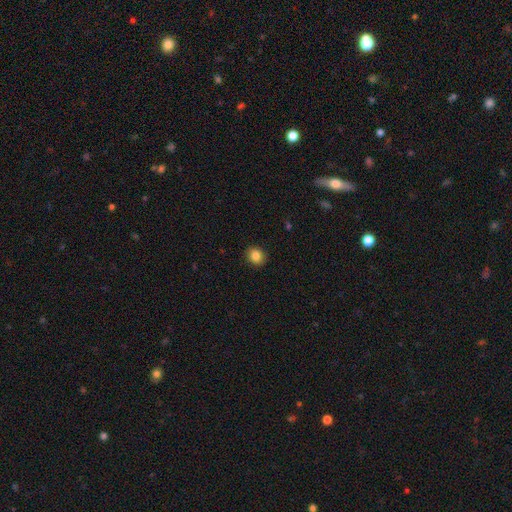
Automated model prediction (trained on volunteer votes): Smooth or featured?
  - smooth: 85% *
  - star or artifact: 10%
  - featured or disk: 5%
How rounded?
  - round: 67% *
  - in between: 32%
  - cigar-shaped: 1%
Merging?
  - none: 91% *
  - minor disturbance: 7%
  - major disturbance: 2%
  - merger: 1%